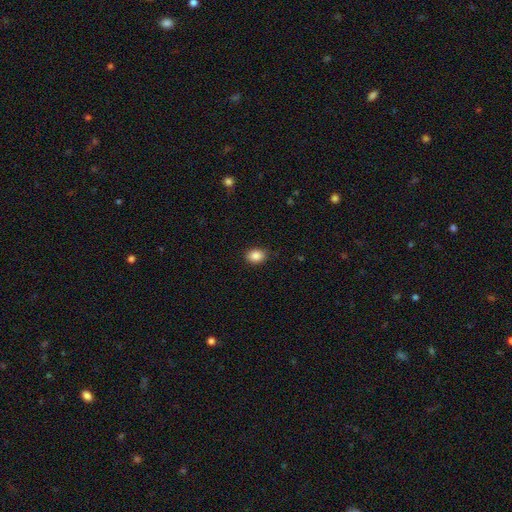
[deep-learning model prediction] A smooth galaxy with no disk features (87%) that is in between round and cigar-shaped (70%).

Vote fractions:
- Smooth or featured? smooth: 87% / star or artifact: 9% / featured or disk: 4%
- How rounded? in between: 70% / round: 29% / cigar-shaped: 1%
- Merging? none: 84% / minor disturbance: 13% / major disturbance: 3% / merger: 1%